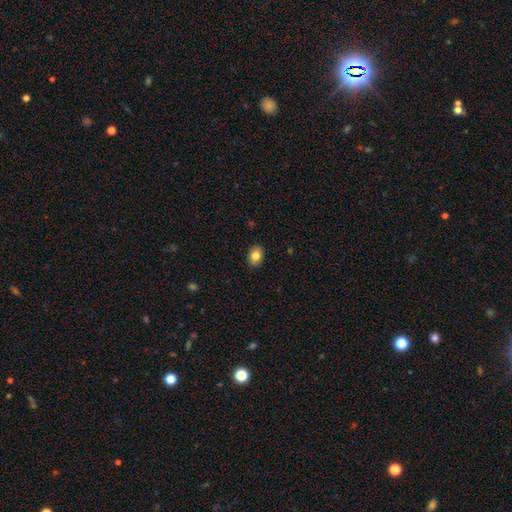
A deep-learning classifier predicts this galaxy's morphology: Overall: smooth (83%). How rounded: in between (74%). Merging: none (89%).